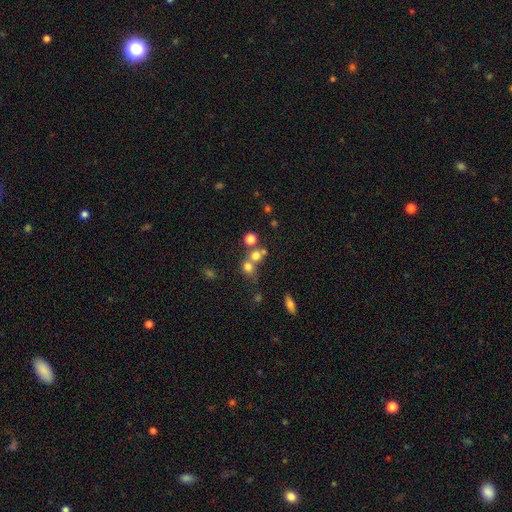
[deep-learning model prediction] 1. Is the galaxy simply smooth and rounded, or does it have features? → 69% smooth, 18% star or artifact, 13% featured or disk.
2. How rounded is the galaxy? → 80% round, 18% in between, 1% cigar-shaped.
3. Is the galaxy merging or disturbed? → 48% merger, 40% none, 7% minor disturbance, 4% major disturbance.